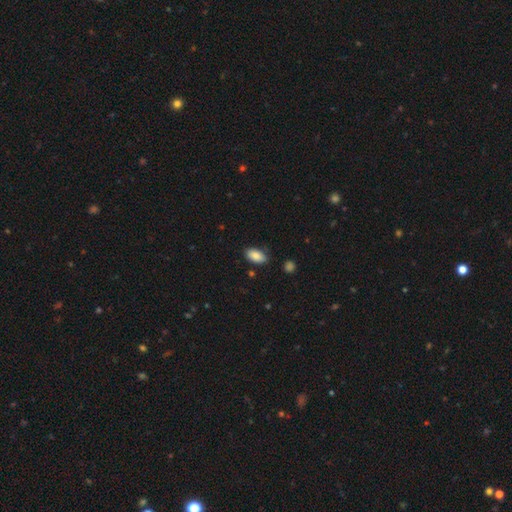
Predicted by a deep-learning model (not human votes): Smooth or featured?
  - smooth: 87% *
  - star or artifact: 7%
  - featured or disk: 6%
How rounded?
  - in between: 93% *
  - round: 4%
  - cigar-shaped: 3%
Merging?
  - none: 82% *
  - minor disturbance: 13%
  - major disturbance: 3%
  - merger: 2%